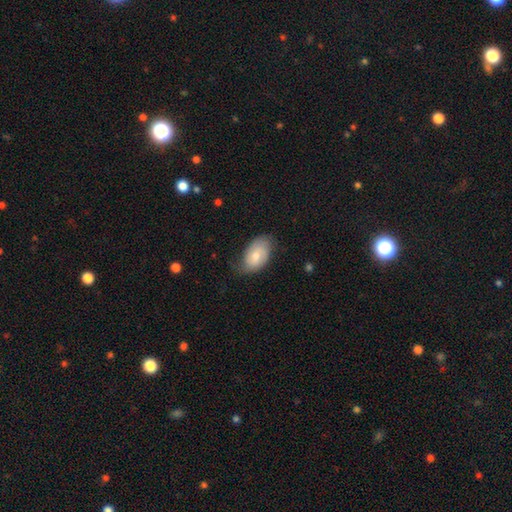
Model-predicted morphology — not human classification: Smooth or featured? Predicted: smooth (p=0.63). How rounded? Predicted: in between (p=0.91). Merging? Predicted: none (p=0.60).